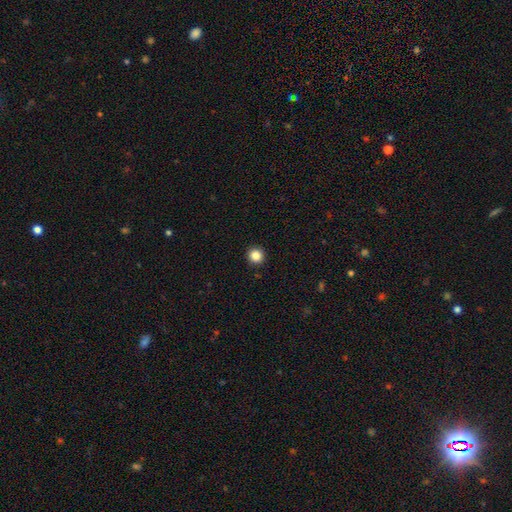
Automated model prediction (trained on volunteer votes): Smooth or featured?
  - smooth: 86% *
  - star or artifact: 11%
  - featured or disk: 3%
How rounded?
  - round: 94% *
  - in between: 5%
  - cigar-shaped: 1%
Merging?
  - none: 93% *
  - minor disturbance: 4%
  - major disturbance: 2%
  - merger: 1%